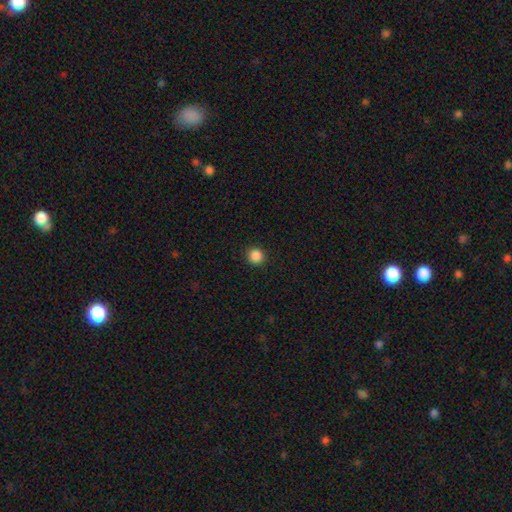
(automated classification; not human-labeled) smooth_or_featured: smooth (p=0.87) [alt: star or artifact p=0.10]
how_rounded: round (p=0.94) [alt: in between p=0.05]
merging: none (p=0.93) [alt: minor disturbance p=0.05]